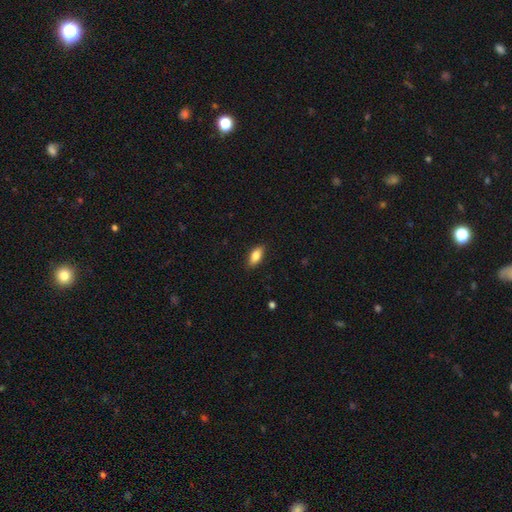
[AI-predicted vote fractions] This is clearly a smooth galaxy (83%). How rounded: clearly in between (86%). Merging: clearly none (88%).